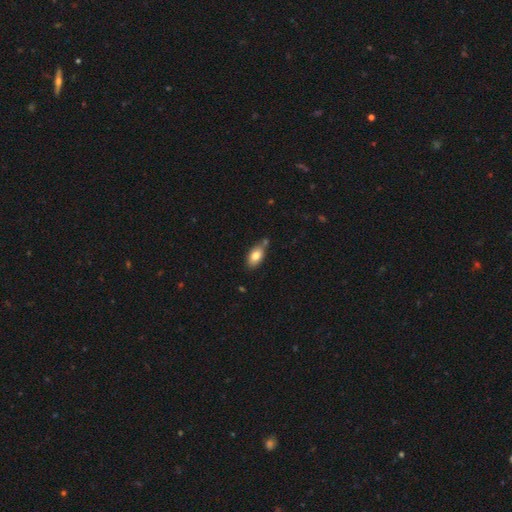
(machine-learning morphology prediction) smooth-or-featured: smooth: 80% | featured or disk: 13% | star or artifact: 7%
  how-rounded: in between: 91% | round: 6% | cigar-shaped: 4%
  merging: none: 64% | minor disturbance: 20% | merger: 13% | major disturbance: 4%